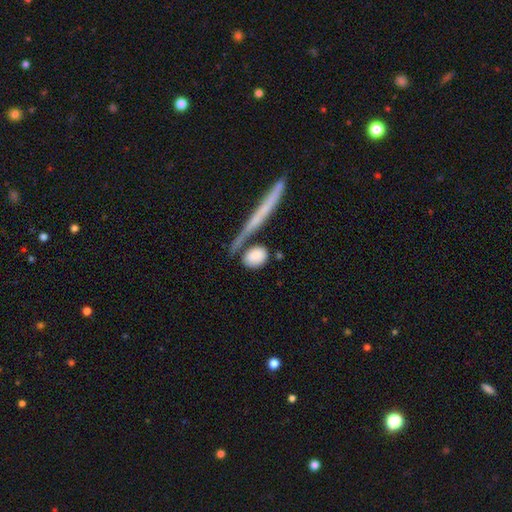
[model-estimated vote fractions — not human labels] smooth 84%, featured or disk 10%, star or artifact 6%. Down the decision tree: how rounded — in between (52%); merging — none (61%).